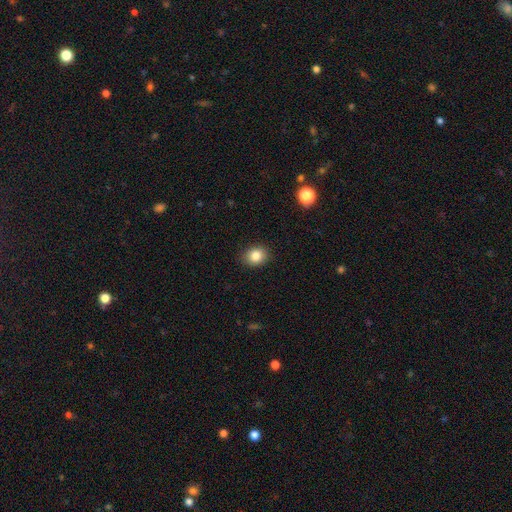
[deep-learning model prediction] This is clearly a smooth galaxy (84%). How rounded: possibly round (50%). Merging: clearly none (88%).